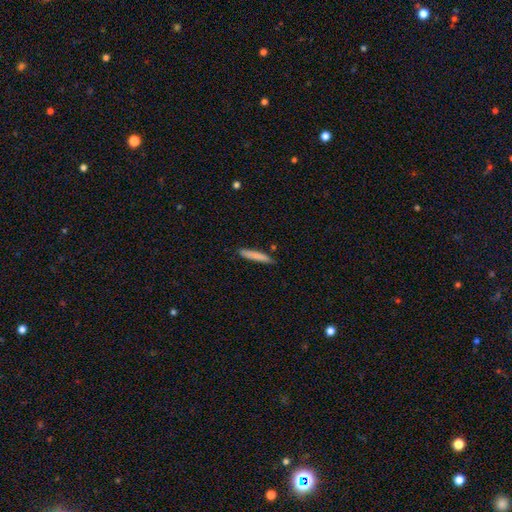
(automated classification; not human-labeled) smooth_or_featured: smooth (p=0.79) [alt: featured or disk p=0.14]
how_rounded: cigar-shaped (p=0.92) [alt: in between p=0.06]
merging: none (p=0.83) [alt: minor disturbance p=0.13]